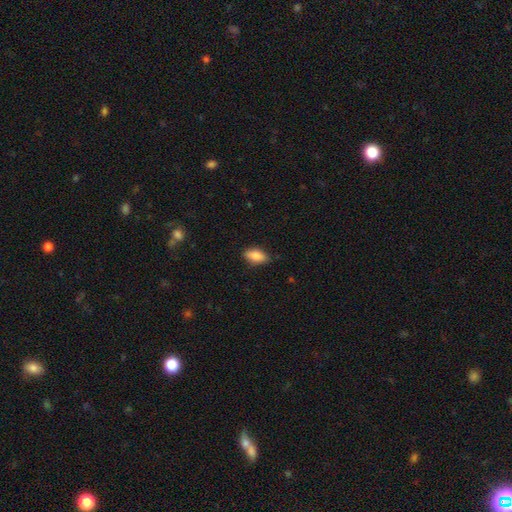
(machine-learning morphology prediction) smooth_or_featured: smooth (p=0.84) [alt: featured or disk p=0.09]
how_rounded: in between (p=0.89) [alt: cigar-shaped p=0.07]
merging: none (p=0.84) [alt: minor disturbance p=0.13]